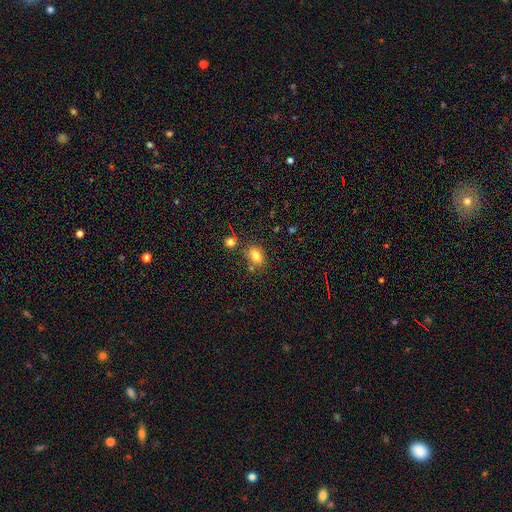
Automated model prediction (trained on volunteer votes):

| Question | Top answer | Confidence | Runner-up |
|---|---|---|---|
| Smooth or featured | smooth | 78% | star or artifact (13%) |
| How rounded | in between | 71% | round (28%) |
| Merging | none | 70% | minor disturbance (15%) |